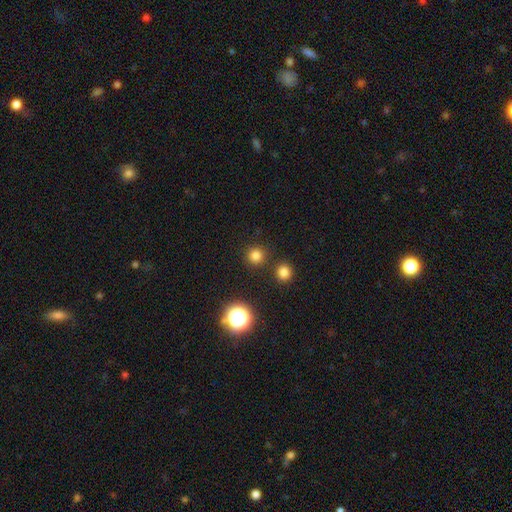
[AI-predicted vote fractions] A smooth galaxy with no disk features (78%) that is round (95%).

Vote fractions:
- Smooth or featured? smooth: 78% / star or artifact: 18% / featured or disk: 5%
- How rounded? round: 95% / in between: 4% / cigar-shaped: 1%
- Merging? none: 88% / minor disturbance: 5% / merger: 4% / major disturbance: 2%